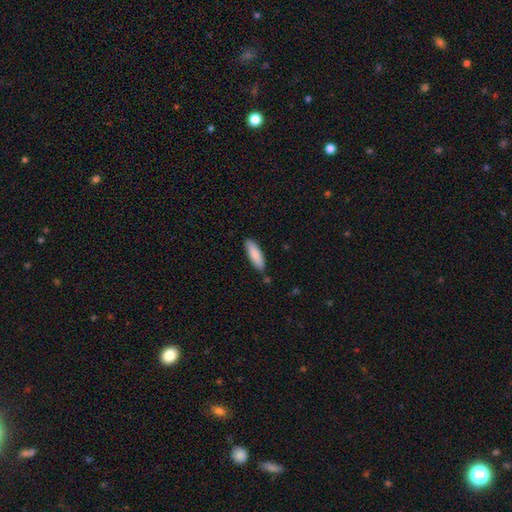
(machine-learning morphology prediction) Overall: smooth (86%). How rounded: cigar-shaped (51%; in between 48%). Merging: none (82%).